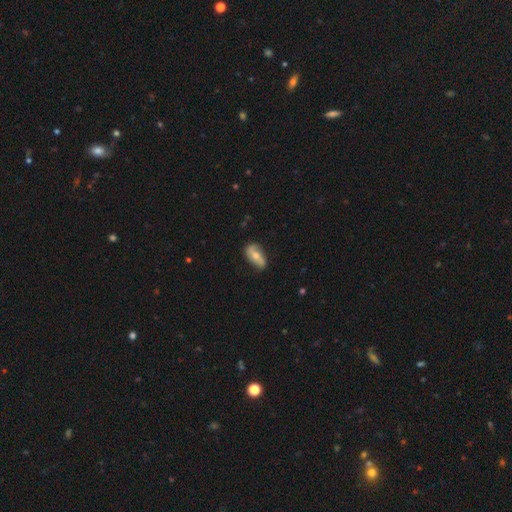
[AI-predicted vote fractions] Q: Smooth or featured?
A: smooth (47%); runner-up: featured or disk (46%)
Q: Merging?
A: none (69%); runner-up: minor disturbance (24%)